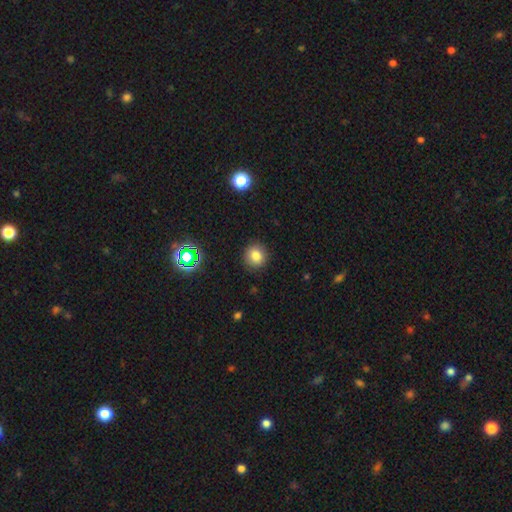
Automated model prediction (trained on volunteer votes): This appears to be a smooth galaxy with no disk features (78%) that is round (88%). Merging: none (89%).